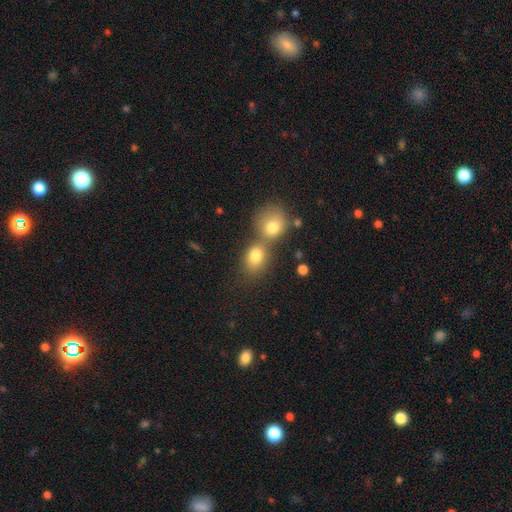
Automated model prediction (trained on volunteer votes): Smooth or featured?
  - smooth: 77% *
  - star or artifact: 12%
  - featured or disk: 11%
How rounded?
  - round: 51% *
  - in between: 47%
  - cigar-shaped: 1%
Merging?
  - merger: 49% *
  - none: 39%
  - minor disturbance: 8%
  - major disturbance: 4%